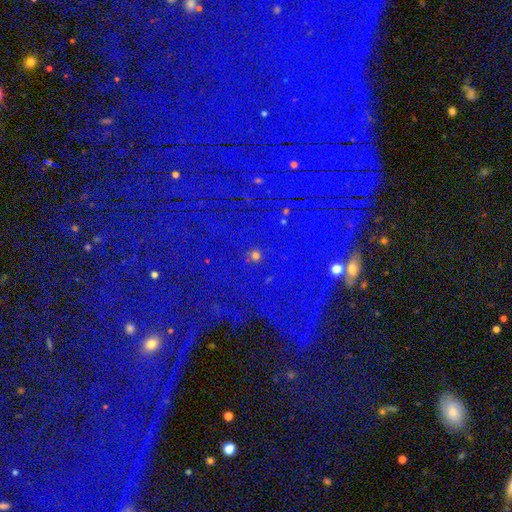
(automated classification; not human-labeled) This appears to be a star or artifact, not a galaxy (72%).